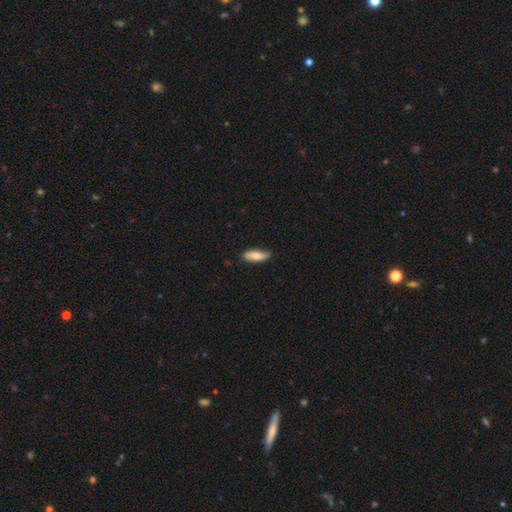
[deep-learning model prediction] This is likely a smooth galaxy (72%). How rounded: likely in between (64%). Merging: likely none (76%).